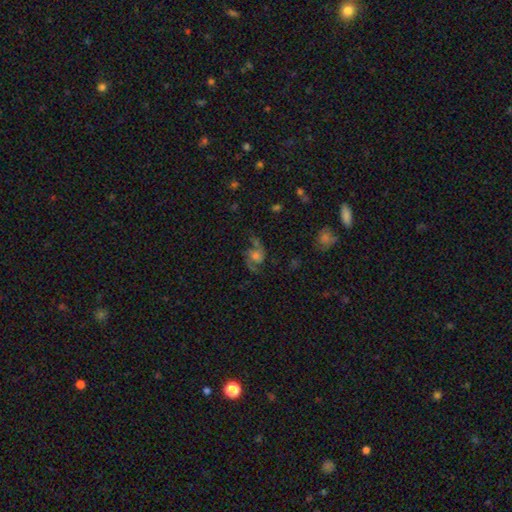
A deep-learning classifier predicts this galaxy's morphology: smooth-or-featured: featured or disk: 75% | smooth: 14% | star or artifact: 11%
  disk-edge-on: no: 97% | yes: 3%
    bar: no: 68% | weak: 26% | strong: 6%
    has-spiral-arms: yes: 94% | no: 6%
      spiral-winding: loose: 46% | medium: 44% | tight: 10%
      spiral-arm-count: 2: 89% | can't tell: 3% | 1: 3% | 3: 2% | 4: 1% | more than 4: 1%
    bulge-size: moderate: 46% | small: 30% | large: 13% | none: 8% | dominant: 3%
  merging: none: 64% | minor disturbance: 18% | major disturbance: 15% | merger: 3%